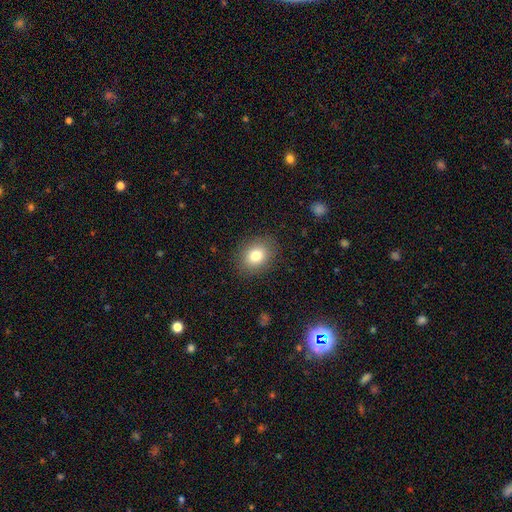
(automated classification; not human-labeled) Smooth or featured: smooth — 81% (star or artifact — 10%)
How rounded: round — 50% (in between — 49%)
Merging: none — 87% (minor disturbance — 9%)